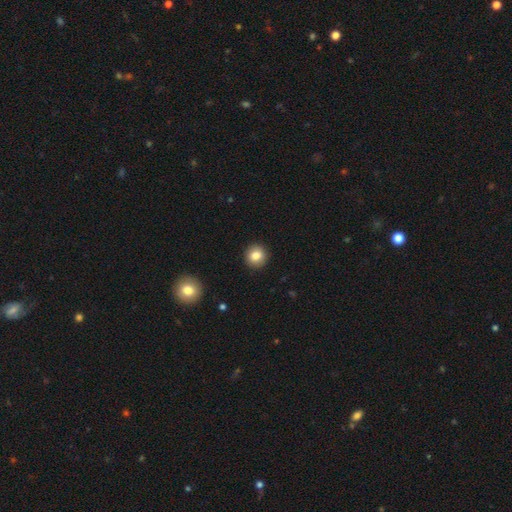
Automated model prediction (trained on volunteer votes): Smooth or featured? Predicted: smooth (p=0.83). How rounded? Predicted: round (p=0.92). Merging? Predicted: none (p=0.92).